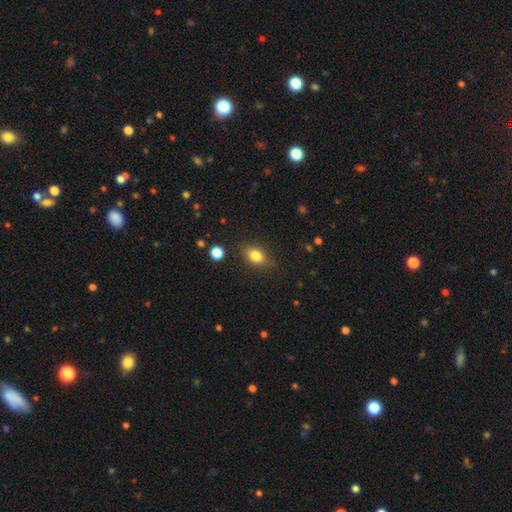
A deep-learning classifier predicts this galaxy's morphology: smooth_or_featured: smooth (p=0.82) [alt: star or artifact p=0.09]
how_rounded: in between (p=0.78) [alt: round p=0.20]
merging: none (p=0.83) [alt: minor disturbance p=0.12]